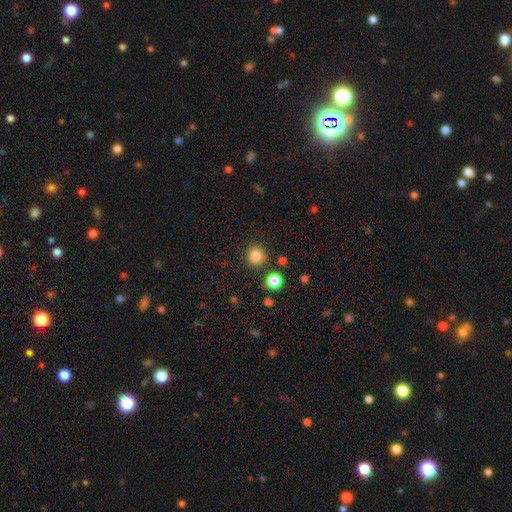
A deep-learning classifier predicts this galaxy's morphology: Smooth or featured? smooth (84%)
How rounded? round (91%)
Merging? none (85%)